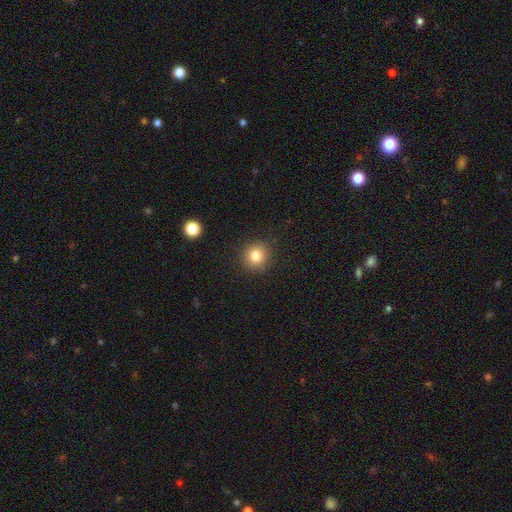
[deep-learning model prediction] smooth-or-featured: smooth: 81% | star or artifact: 12% | featured or disk: 7%
  how-rounded: round: 90% | in between: 9% | cigar-shaped: 1%
  merging: none: 90% | minor disturbance: 6% | major disturbance: 2% | merger: 1%